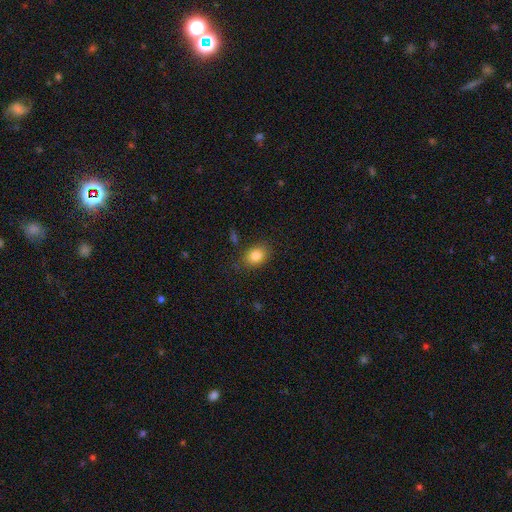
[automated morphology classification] Smooth or featured? smooth (83%)
How rounded? in between (70%)
Merging? none (79%)